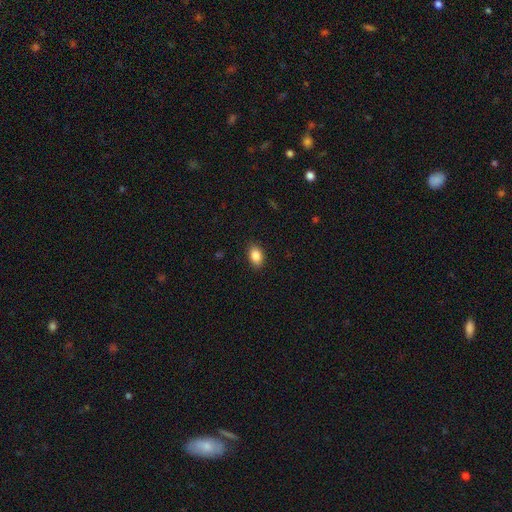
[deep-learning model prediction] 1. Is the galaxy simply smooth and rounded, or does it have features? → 87% smooth, 8% star or artifact, 5% featured or disk.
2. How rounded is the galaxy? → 85% in between, 13% round, 2% cigar-shaped.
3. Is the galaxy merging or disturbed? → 88% none, 9% minor disturbance, 2% major disturbance, 1% merger.